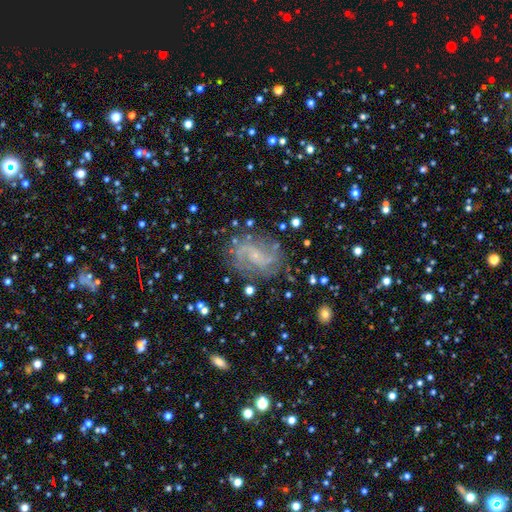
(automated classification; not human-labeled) Overall: featured or disk (82%). Edge-on disk: no (97%). Bar: no (49%; weak 40%). Spiral arms: yes (95%). Spiral arm count: 2 (67%). Spiral winding: medium (45%; loose 31%). Bulge size: small (75%). Merging: none (76%).